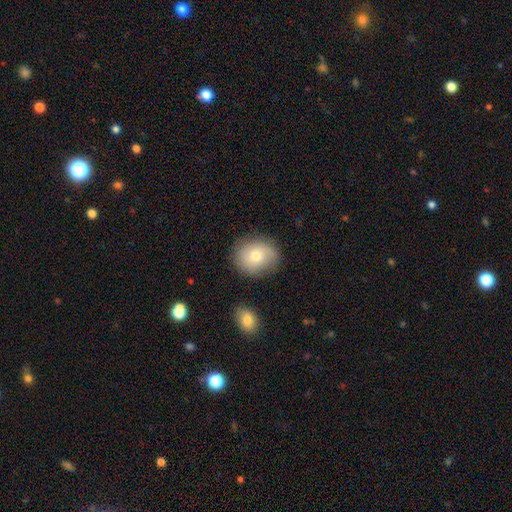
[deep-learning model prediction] A smooth galaxy with no disk features (71%) that is round (60%). Merging: none (81%).